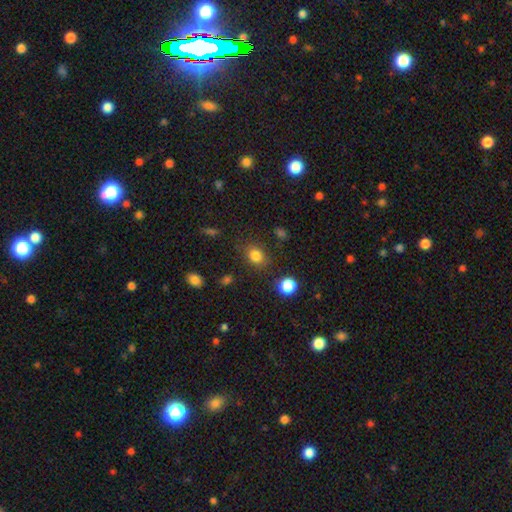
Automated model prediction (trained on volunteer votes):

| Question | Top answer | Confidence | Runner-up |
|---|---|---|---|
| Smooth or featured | smooth | 81% | star or artifact (13%) |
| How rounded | round | 55% | in between (44%) |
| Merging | none | 80% | minor disturbance (12%) |